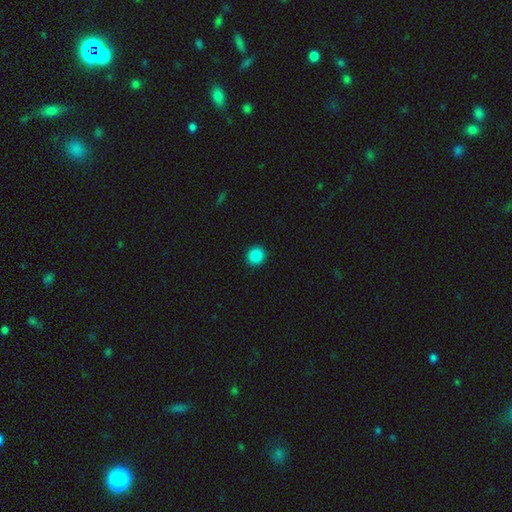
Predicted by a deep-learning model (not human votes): A smooth galaxy with no disk features (87%) that is round (91%).

Vote fractions:
- Smooth or featured? smooth: 87% / star or artifact: 10% / featured or disk: 3%
- How rounded? round: 91% / in between: 8% / cigar-shaped: 1%
- Merging? none: 93% / minor disturbance: 5% / major disturbance: 2% / merger: 1%